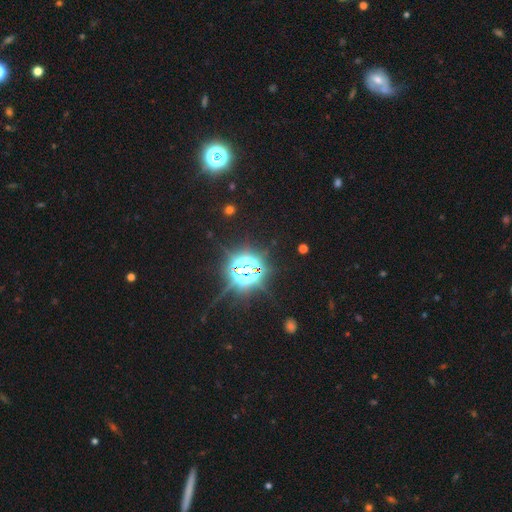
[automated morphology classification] Smooth or featured? Predicted: star or artifact (p=0.81).